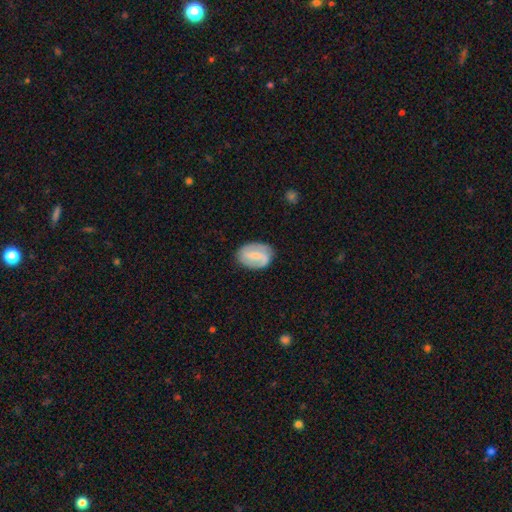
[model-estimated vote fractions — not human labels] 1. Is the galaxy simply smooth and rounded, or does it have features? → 65% featured or disk, 29% smooth, 6% star or artifact.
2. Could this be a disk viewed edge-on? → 97% no, 3% yes.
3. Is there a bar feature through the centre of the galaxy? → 48% weak, 31% strong, 21% no.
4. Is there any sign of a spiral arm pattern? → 86% yes, 14% no.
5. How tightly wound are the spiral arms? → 42% medium, 33% loose, 25% tight.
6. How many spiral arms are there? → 83% 2, 9% can't tell, 4% 1, 2% 3, 1% 4, 1% more than 4.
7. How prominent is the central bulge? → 61% small, 24% moderate, 12% none, 2% large, 1% dominant.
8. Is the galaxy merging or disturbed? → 79% none, 16% minor disturbance, 4% major disturbance, 1% merger.